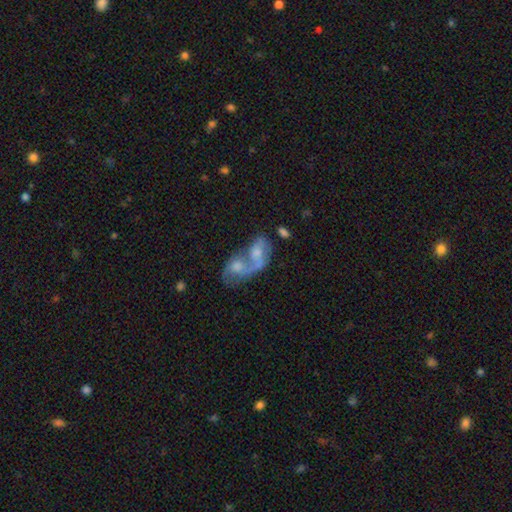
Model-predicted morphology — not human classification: This appears to be a featured or disk galaxy (53%) with no bar (73%), spiral arms (59%) and a moderate central bulge (45%). Merging: merger (80%).